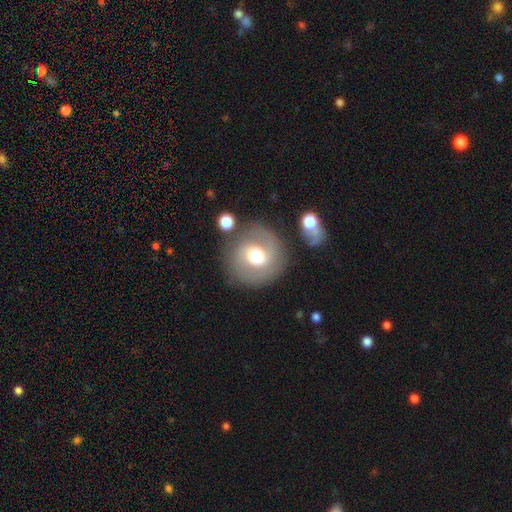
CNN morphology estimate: Q: Smooth or featured?
A: featured or disk (52%); runner-up: smooth (40%)
Q: Edge-on disk?
A: no (97%); runner-up: yes (3%)
Q: Merging?
A: none (76%); runner-up: minor disturbance (12%)